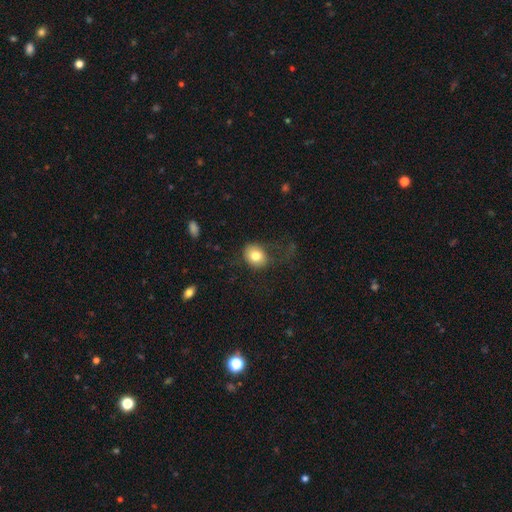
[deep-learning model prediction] This appears to be a smooth galaxy with no disk features (78%) that is round (60%). Merging: none (61%).